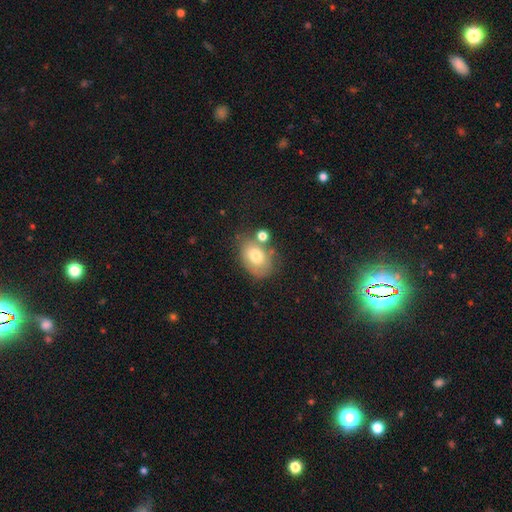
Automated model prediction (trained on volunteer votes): The model was most divided on "merging": none: 55%, minor disturbance: 20%, merger: 17%, major disturbance: 7%. More confident: how rounded — in between (73%); smooth or featured — smooth (71%).